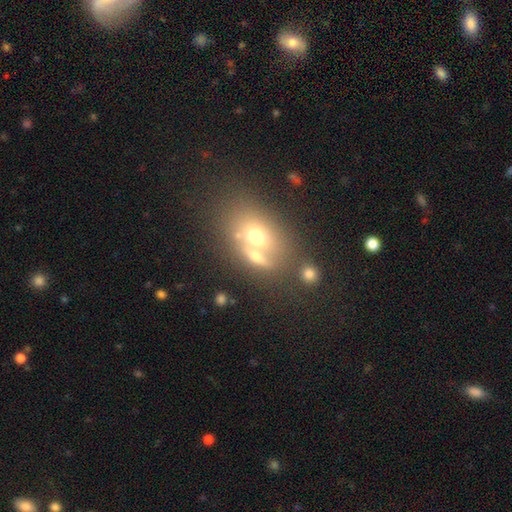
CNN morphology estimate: Q: Smooth or featured?
A: smooth (60%); runner-up: featured or disk (26%)
Q: How rounded?
A: in between (61%); runner-up: round (35%)
Q: Merging?
A: merger (43%); runner-up: none (40%)